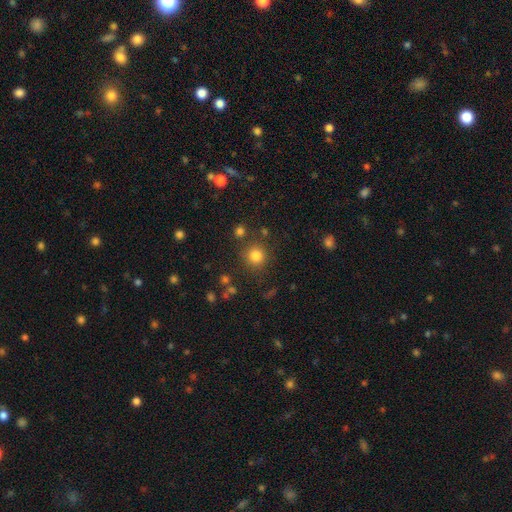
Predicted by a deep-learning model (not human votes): The model was most divided on "smooth or featured": smooth: 81%, star or artifact: 13%, featured or disk: 5%. More confident: how rounded — round (92%); merging — none (83%).